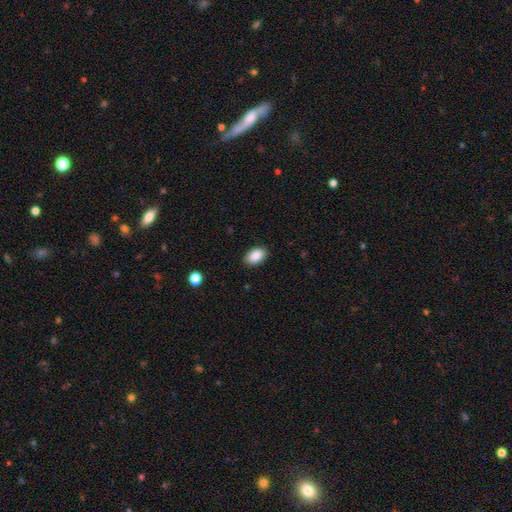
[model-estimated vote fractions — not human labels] smooth-or-featured: smooth: 88% | star or artifact: 7% | featured or disk: 5%
  how-rounded: in between: 91% | round: 8% | cigar-shaped: 1%
  merging: none: 87% | minor disturbance: 10% | major disturbance: 2% | merger: 1%